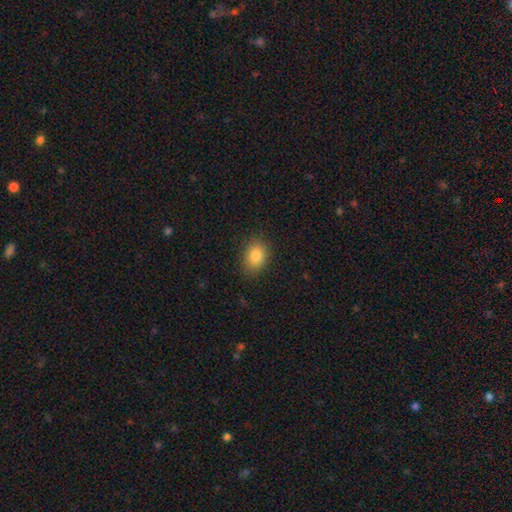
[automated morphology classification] A smooth galaxy with no disk features (85%) that is in between round and cigar-shaped (72%).

Vote fractions:
- Smooth or featured? smooth: 85% / star or artifact: 9% / featured or disk: 6%
- How rounded? in between: 72% / round: 27% / cigar-shaped: 1%
- Merging? none: 85% / minor disturbance: 11% / major disturbance: 3% / merger: 1%